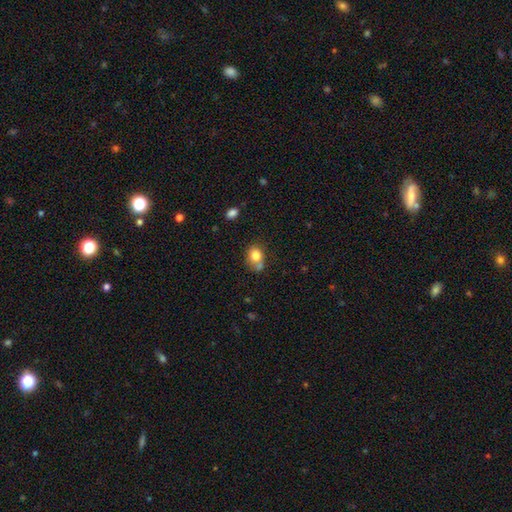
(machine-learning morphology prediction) A smooth galaxy with no disk features (79%) that is round (55%). Merging: none (49%).